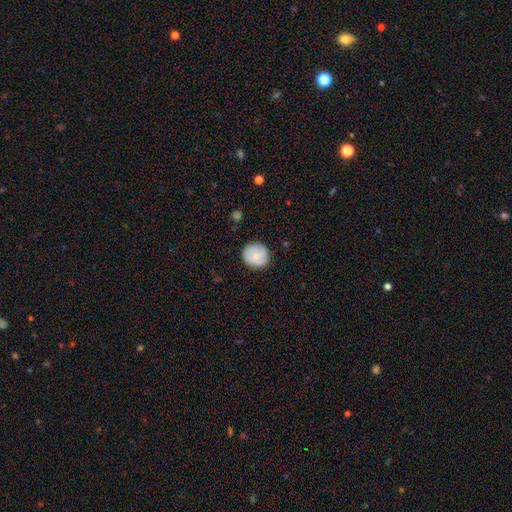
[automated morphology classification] This is likely a smooth galaxy (73%). How rounded: clearly round (85%). Merging: clearly none (80%).